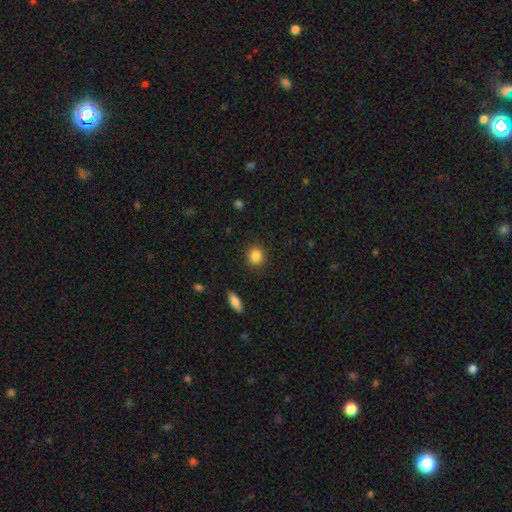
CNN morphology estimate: Smooth or featured? smooth (86%)
How rounded? round (83%)
Merging? none (89%)